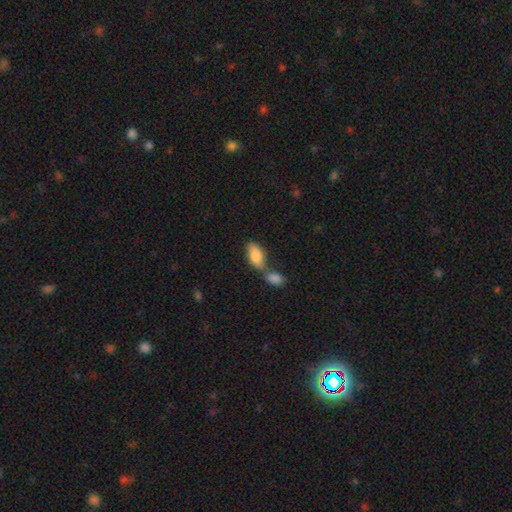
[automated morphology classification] smooth-or-featured: smooth: 82% | featured or disk: 11% | star or artifact: 6%
  how-rounded: in between: 90% | cigar-shaped: 7% | round: 3%
  merging: merger: 48% | none: 35% | minor disturbance: 12% | major disturbance: 5%